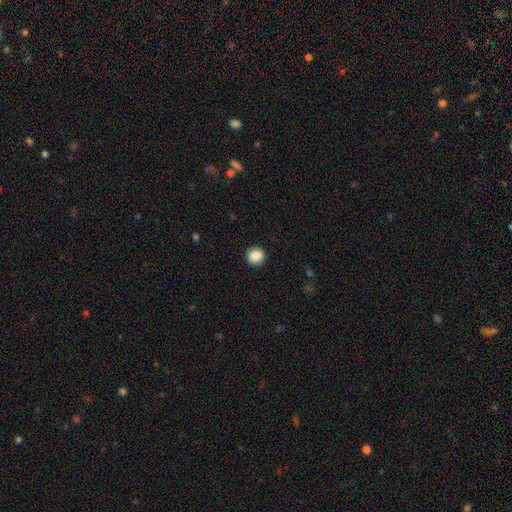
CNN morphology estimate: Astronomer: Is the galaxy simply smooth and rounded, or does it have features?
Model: smooth — 88%.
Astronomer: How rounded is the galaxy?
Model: round — 92%.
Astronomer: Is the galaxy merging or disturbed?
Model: none — 91%.